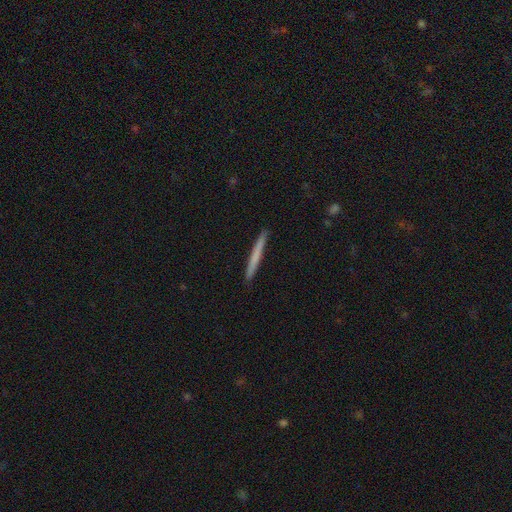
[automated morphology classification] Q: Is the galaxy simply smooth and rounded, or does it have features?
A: smooth — 64%.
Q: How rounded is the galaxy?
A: cigar-shaped — 97%.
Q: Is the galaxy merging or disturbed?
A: none — 93%.